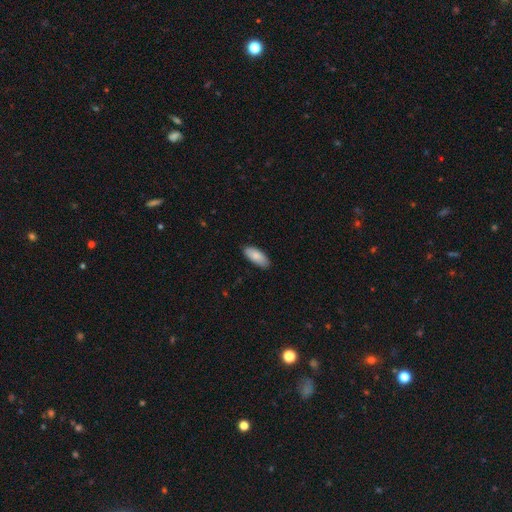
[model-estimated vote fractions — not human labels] This appears to be a smooth galaxy with no disk features (86%) that is in between round and cigar-shaped (85%). Merging: none (87%).